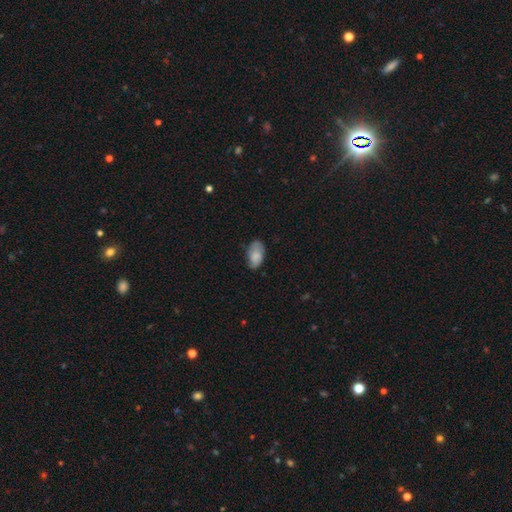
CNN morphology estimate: This appears to be a smooth galaxy with no disk features (76%) that is in between round and cigar-shaped (94%). Merging: none (68%).